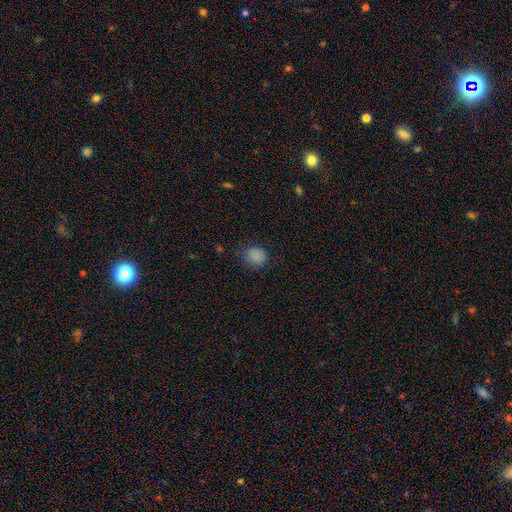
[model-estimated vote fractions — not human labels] Smooth or featured? Predicted: smooth (p=0.85). How rounded? Predicted: round (p=0.66). Merging? Predicted: none (p=0.77).